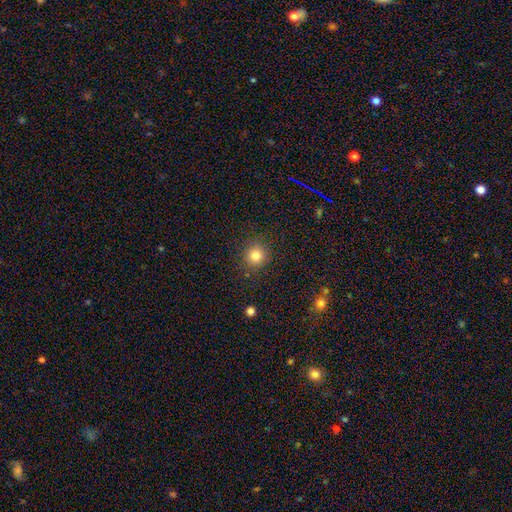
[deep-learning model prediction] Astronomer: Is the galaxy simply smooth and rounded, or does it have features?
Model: smooth — 81%.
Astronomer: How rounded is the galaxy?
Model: round — 92%.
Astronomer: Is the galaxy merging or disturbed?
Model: none — 88%.